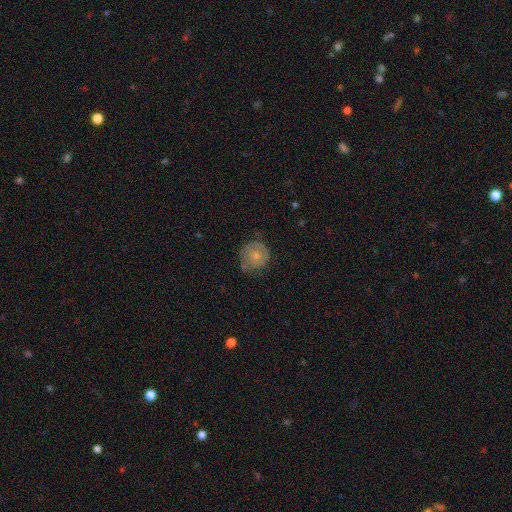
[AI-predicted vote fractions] Smooth or featured? smooth (57%)
How rounded? round (89%)
Merging? none (60%)